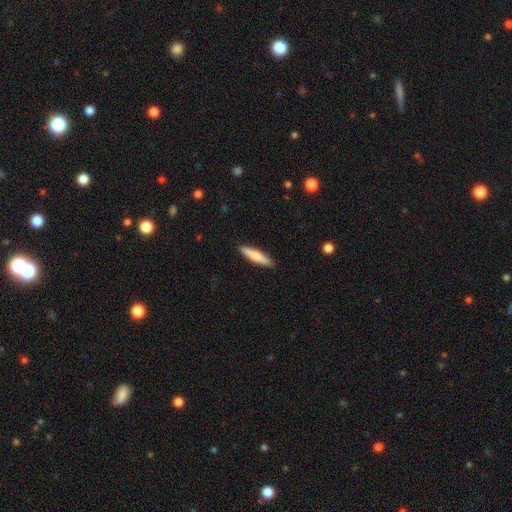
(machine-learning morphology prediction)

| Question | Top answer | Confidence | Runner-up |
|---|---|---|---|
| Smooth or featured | smooth | 67% | featured or disk (28%) |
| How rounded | cigar-shaped | 81% | in between (17%) |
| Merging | none | 89% | minor disturbance (8%) |